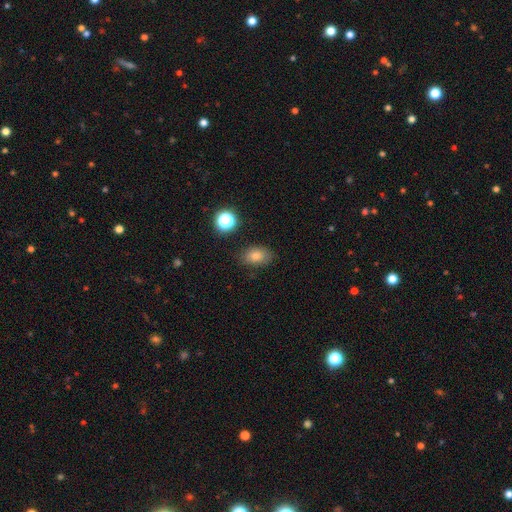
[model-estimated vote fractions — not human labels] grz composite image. It shows a smooth galaxy with no disk features (78%) that is in between round and cigar-shaped (80%). Merging: none (82%).